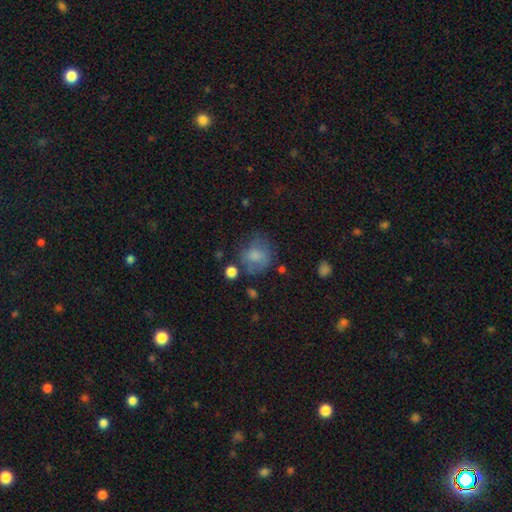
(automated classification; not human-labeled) A smooth galaxy with no disk features (72%) that is round (71%).

Vote fractions:
- Smooth or featured? smooth: 72% / featured or disk: 17% / star or artifact: 11%
- How rounded? round: 71% / in between: 28% / cigar-shaped: 1%
- Merging? none: 49% / minor disturbance: 25% / major disturbance: 19% / merger: 6%